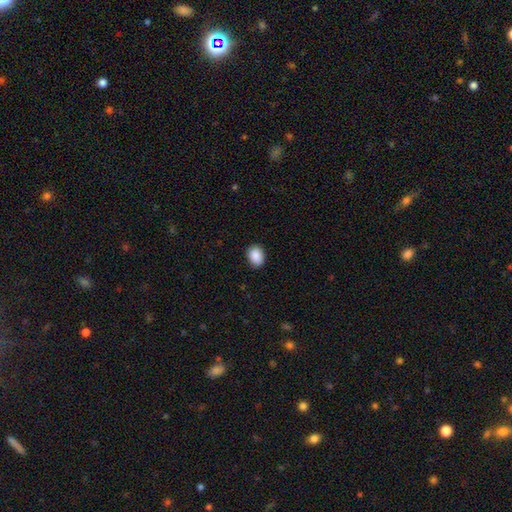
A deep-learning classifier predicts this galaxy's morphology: This appears to be a smooth galaxy with no disk features (89%) that is in between round and cigar-shaped (62%). Merging: none (86%).